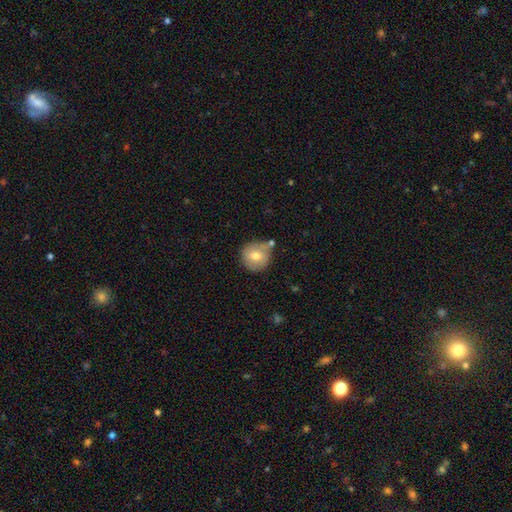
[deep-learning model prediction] Smooth or featured?
  - smooth: 71% *
  - featured or disk: 21%
  - star or artifact: 8%
How rounded?
  - round: 91% *
  - in between: 8%
  - cigar-shaped: 1%
Merging?
  - none: 66% *
  - minor disturbance: 18%
  - merger: 11%
  - major disturbance: 4%